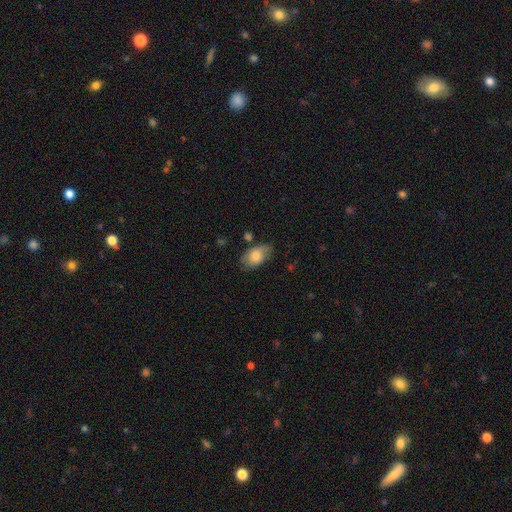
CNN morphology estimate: Smooth or featured: smooth — 74% (featured or disk — 19%)
How rounded: in between — 91% (round — 7%)
Merging: none — 68% (minor disturbance — 23%)